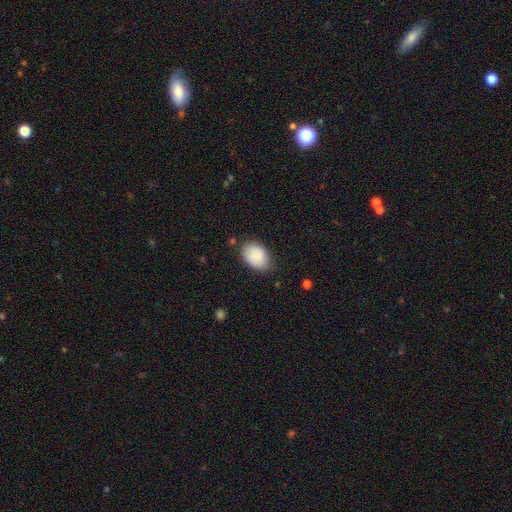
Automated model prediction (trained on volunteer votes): smooth-or-featured: smooth: 87% | star or artifact: 6% | featured or disk: 6%
  how-rounded: in between: 84% | round: 14% | cigar-shaped: 1%
  merging: none: 71% | minor disturbance: 23% | major disturbance: 4% | merger: 2%